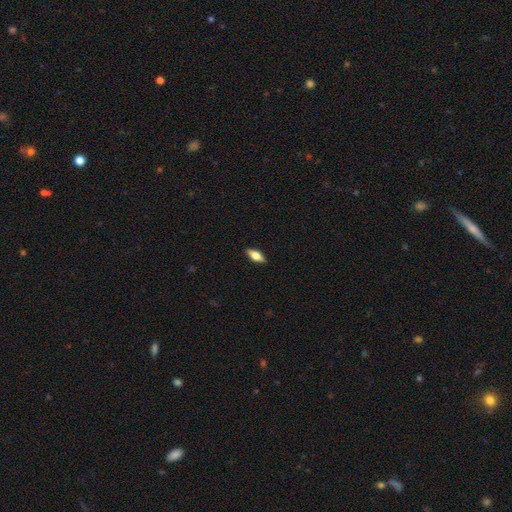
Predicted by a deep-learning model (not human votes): This appears to be a smooth galaxy with no disk features (56%) that is in between round and cigar-shaped (71%). Merging: none (89%).